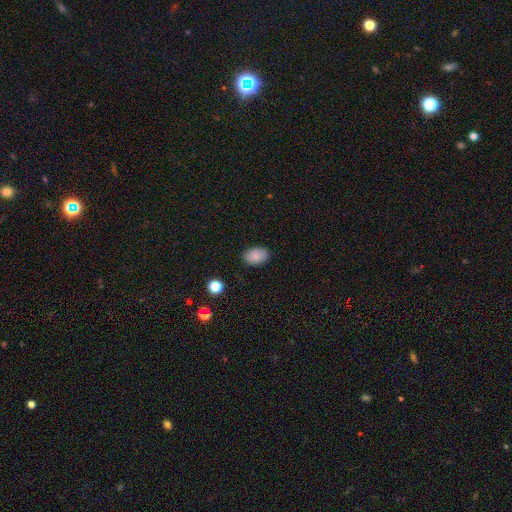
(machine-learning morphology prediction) Smooth or featured: smooth — 86% (star or artifact — 8%)
How rounded: in between — 86% (round — 13%)
Merging: none — 87% (minor disturbance — 10%)